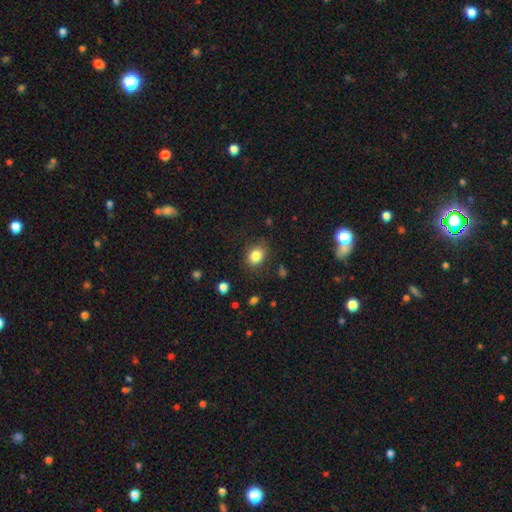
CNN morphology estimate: The model was most divided on "how rounded": in between: 50%, round: 49%, cigar-shaped: 1%. More confident: smooth or featured — smooth (84%); merging — none (82%).